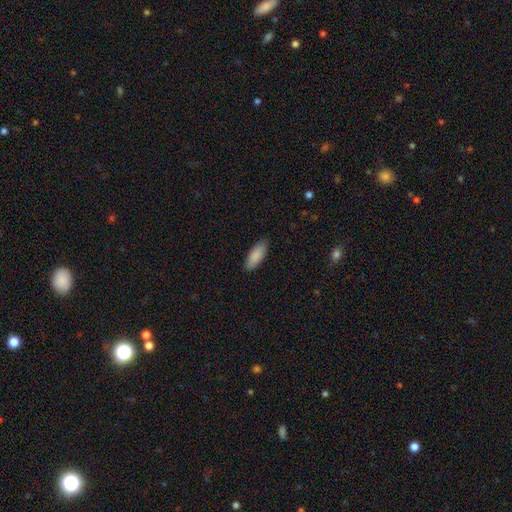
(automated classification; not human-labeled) This appears to be a smooth galaxy with no disk features (90%) that is in between round and cigar-shaped (79%). Merging: none (87%).